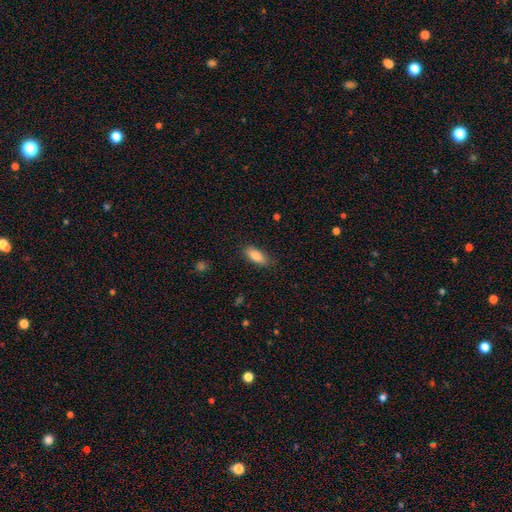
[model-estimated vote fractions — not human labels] Morphology: type=smooth (83%); roundness=in between (79%); merging=none (85%).